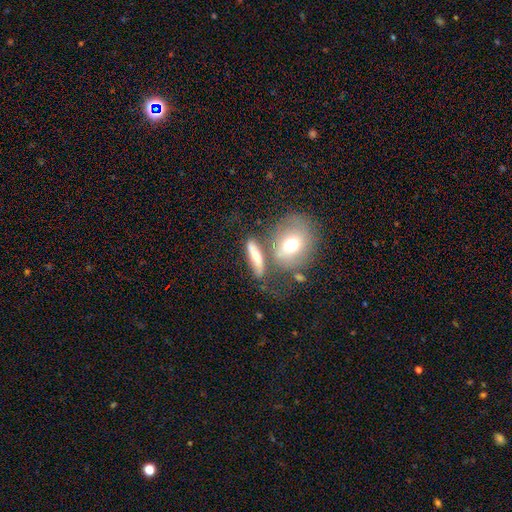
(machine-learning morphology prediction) smooth 53%, featured or disk 37%, star or artifact 10%. Down the decision tree: how rounded — cigar-shaped (43%); merging — none (52%).